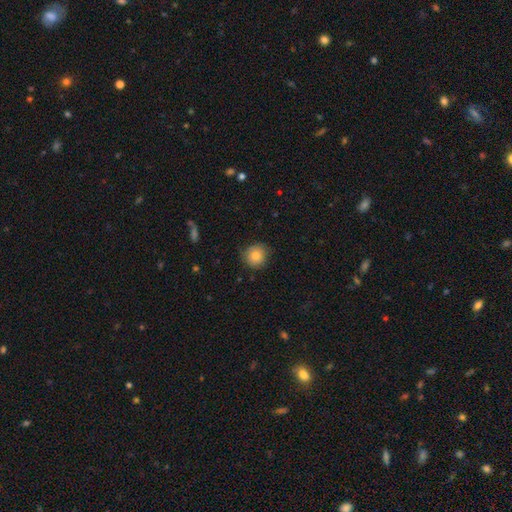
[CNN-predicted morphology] smooth_or_featured: smooth (p=0.81) [alt: featured or disk p=0.10]
how_rounded: round (p=0.90) [alt: in between p=0.09]
merging: none (p=0.78) [alt: minor disturbance p=0.17]